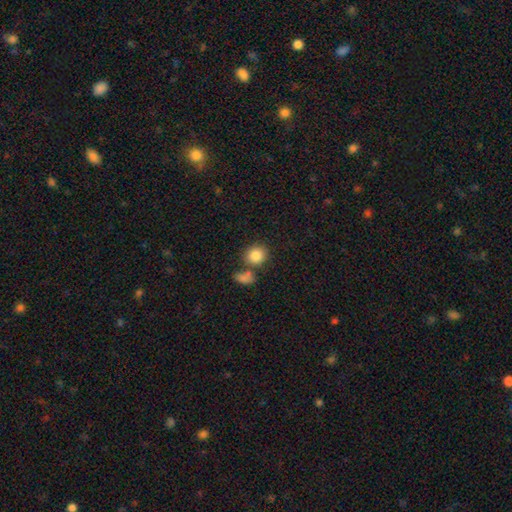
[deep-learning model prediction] Overall: smooth (85%). How rounded: round (76%). Merging: none (64%).